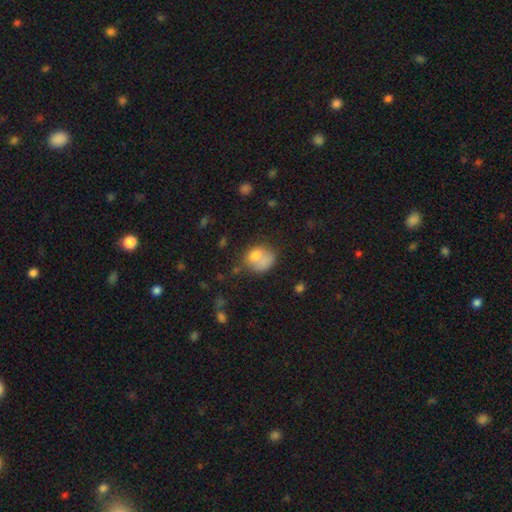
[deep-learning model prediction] Overall: smooth (72%). How rounded: in between (53%; round 46%). Merging: merger (39%; none 29%).